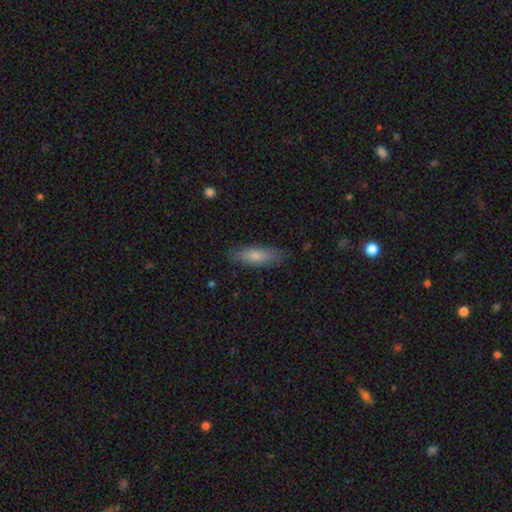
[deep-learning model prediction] This appears to be a smooth galaxy with no disk features (76%) that is cigar-shaped (51%). Merging: none (84%).